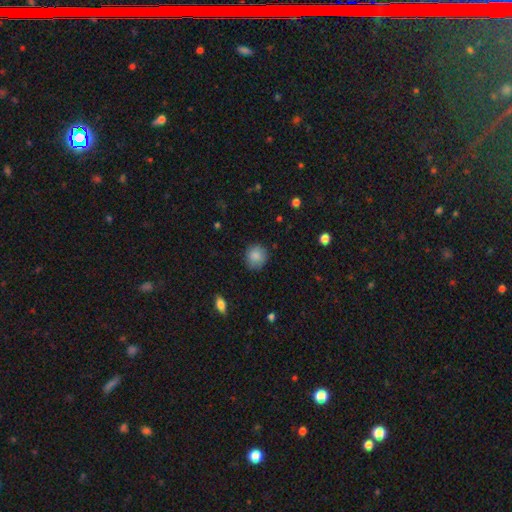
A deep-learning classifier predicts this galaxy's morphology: The model was most divided on "merging": none: 80%, minor disturbance: 15%, major disturbance: 3%, merger: 1%. More confident: how rounded — round (86%); smooth or featured — smooth (85%).